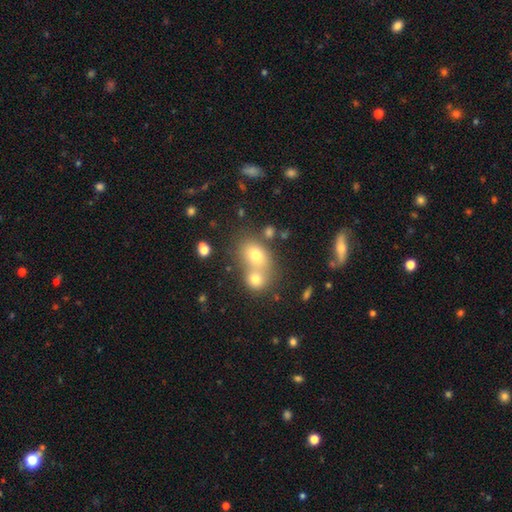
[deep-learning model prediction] Smooth or featured? smooth (66%)
How rounded? in between (50%)
Merging? merger (51%)